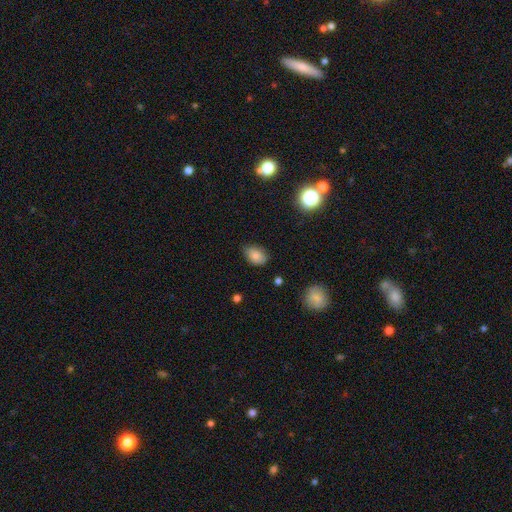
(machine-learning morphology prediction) smooth_or_featured: smooth (p=0.83) [alt: star or artifact p=0.10]
how_rounded: in between (p=0.82) [alt: round p=0.17]
merging: none (p=0.74) [alt: minor disturbance p=0.21]